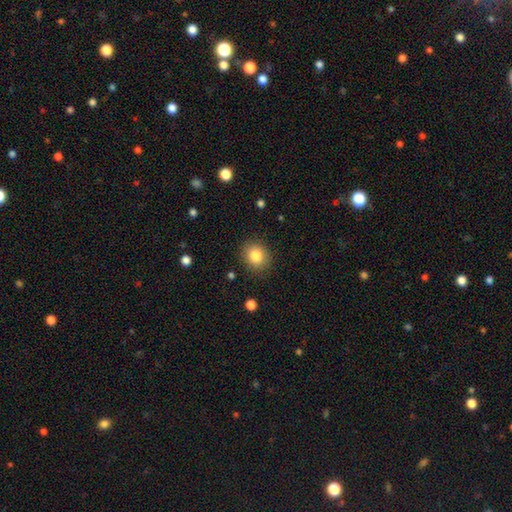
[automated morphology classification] smooth 84%, star or artifact 10%, featured or disk 6%. Down the decision tree: how rounded — round (70%); merging — none (87%).